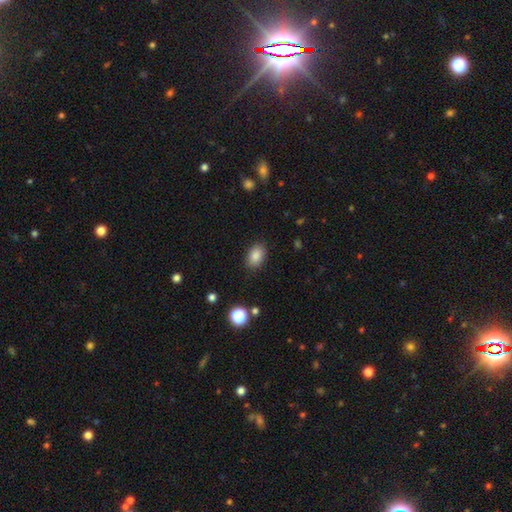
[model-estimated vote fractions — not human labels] A smooth galaxy with no disk features (87%) that is in between round and cigar-shaped (86%). Merging: none (86%).